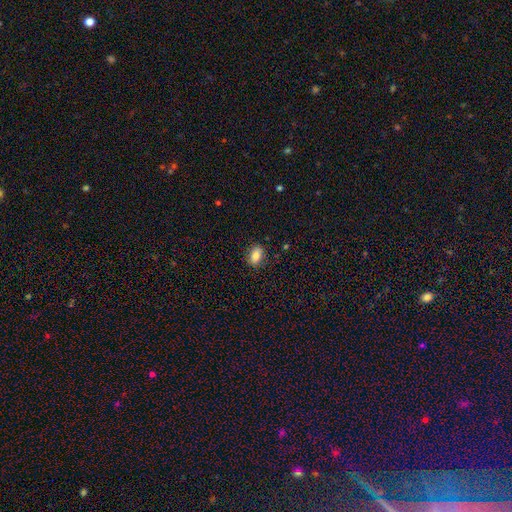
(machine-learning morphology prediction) Smooth or featured?
  - smooth: 83% *
  - star or artifact: 9%
  - featured or disk: 8%
How rounded?
  - in between: 83% *
  - round: 15%
  - cigar-shaped: 2%
Merging?
  - none: 86% *
  - minor disturbance: 11%
  - major disturbance: 2%
  - merger: 1%